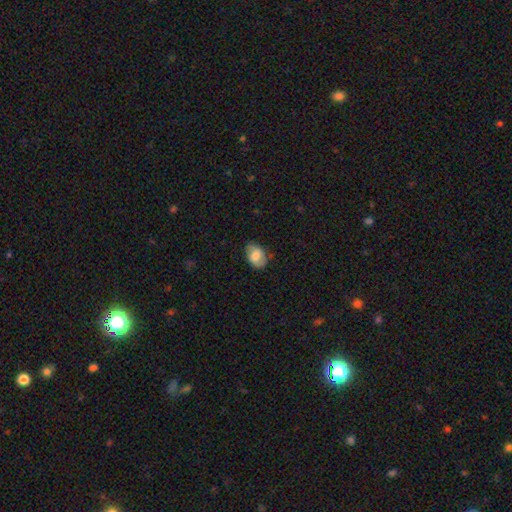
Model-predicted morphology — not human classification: This is likely a smooth galaxy (71%). How rounded: clearly in between (81%). Merging: likely none (70%).